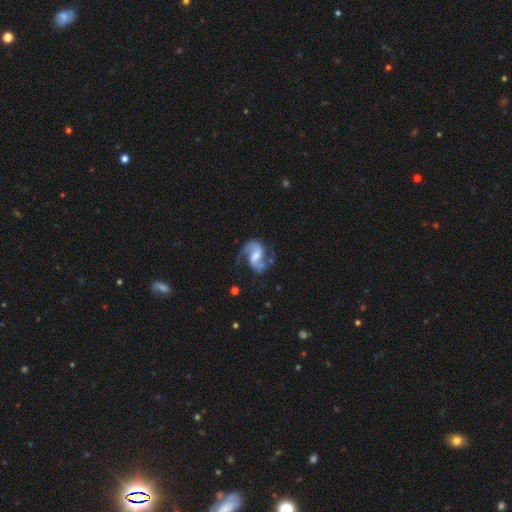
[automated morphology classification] Smooth or featured? featured or disk (90%)
Edge-on disk? no (98%)
Bar? weak (51%)
Spiral arms? yes (98%)
Spiral winding? medium (57%)
Spiral arm count? 2 (93%)
Bulge size? moderate (34%)
Merging? none (71%)